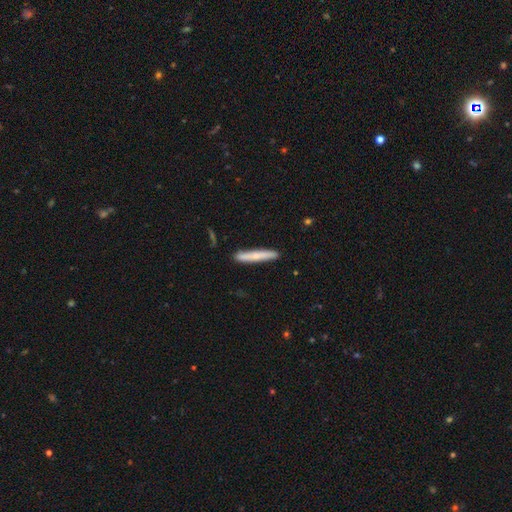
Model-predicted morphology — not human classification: This appears to be a smooth galaxy with no disk features (69%) that is cigar-shaped (95%). Merging: none (89%).